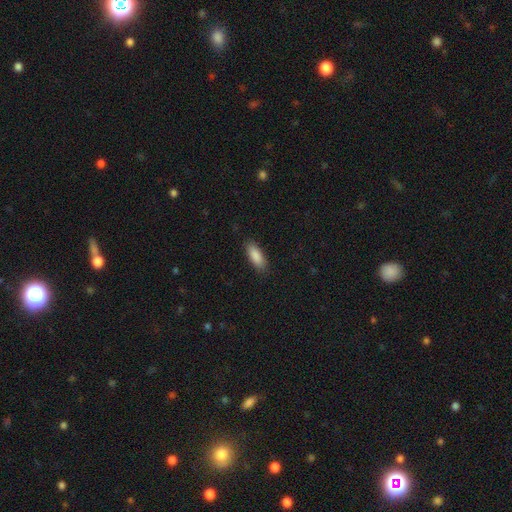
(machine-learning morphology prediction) Smooth or featured?
  - smooth: 89% *
  - star or artifact: 6%
  - featured or disk: 5%
How rounded?
  - in between: 73% *
  - cigar-shaped: 25%
  - round: 2%
Merging?
  - none: 87% *
  - minor disturbance: 10%
  - major disturbance: 2%
  - merger: 1%